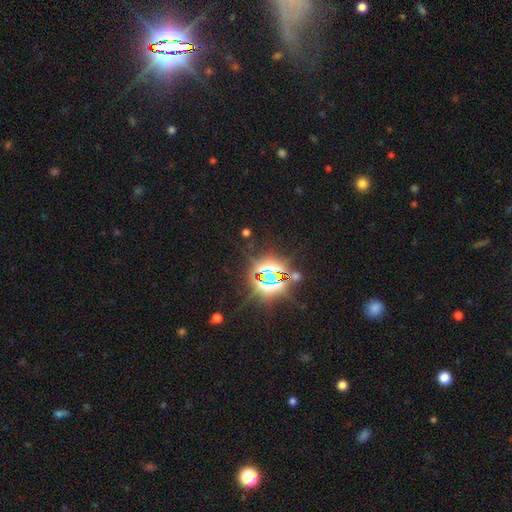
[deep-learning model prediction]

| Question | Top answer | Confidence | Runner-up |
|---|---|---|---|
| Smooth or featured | star or artifact | 83% | smooth (10%) |